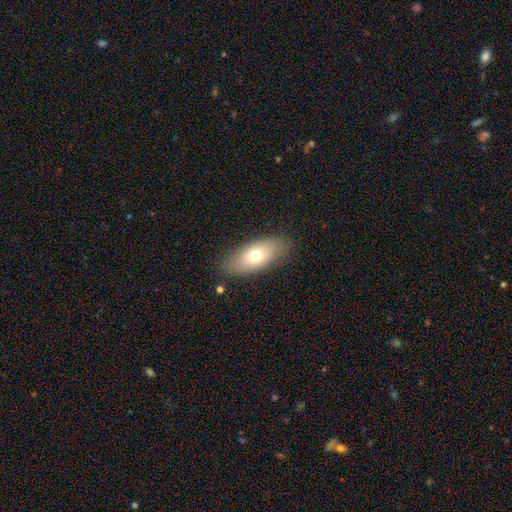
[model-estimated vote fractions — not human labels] A smooth galaxy with no disk features (68%) that is in between round and cigar-shaped (84%).

Vote fractions:
- Smooth or featured? smooth: 68% / featured or disk: 24% / star or artifact: 8%
- How rounded? in between: 84% / cigar-shaped: 11% / round: 5%
- Merging? none: 83% / minor disturbance: 12% / major disturbance: 4% / merger: 1%